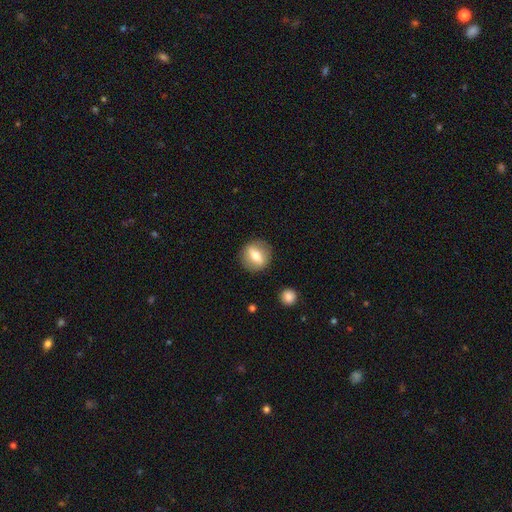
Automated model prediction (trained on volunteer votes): Smooth or featured? Predicted: smooth (p=0.52). How rounded? Predicted: round (p=0.69). Merging? Predicted: none (p=0.87).